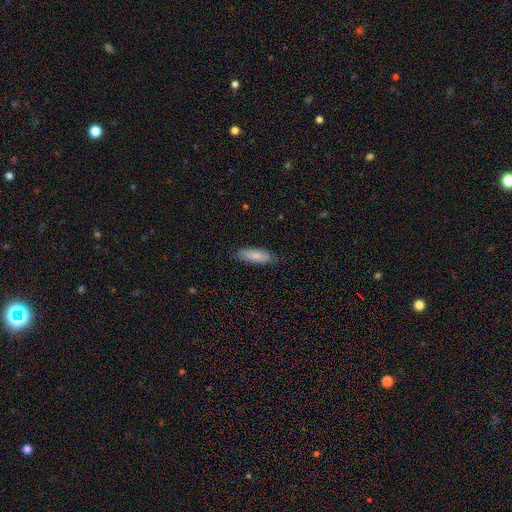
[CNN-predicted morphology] Overall: smooth (84%). How rounded: in between (53%; cigar-shaped 45%). Merging: none (82%).